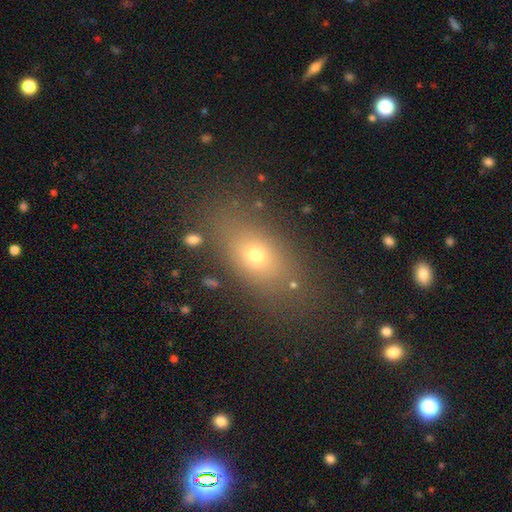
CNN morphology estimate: This appears to be a smooth galaxy with no disk features (66%) that is in between round and cigar-shaped (72%). Merging: none (80%).